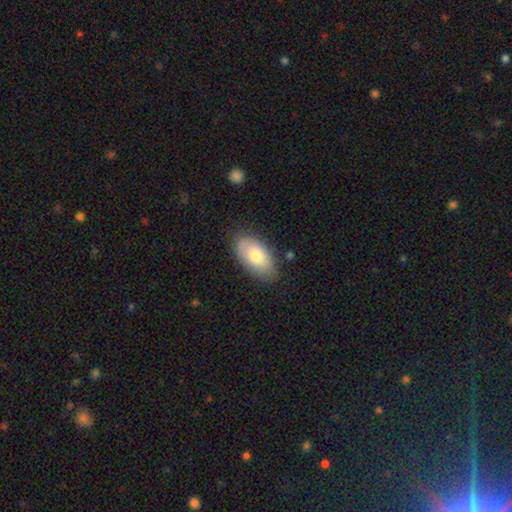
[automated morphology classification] smooth 72%, featured or disk 22%, star or artifact 6%. Down the decision tree: how rounded — in between (94%); merging — none (78%).